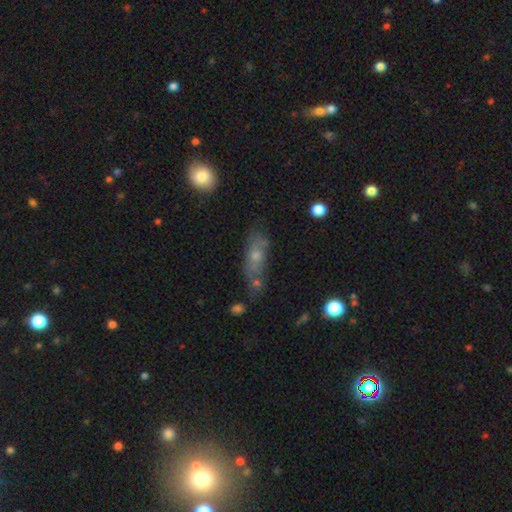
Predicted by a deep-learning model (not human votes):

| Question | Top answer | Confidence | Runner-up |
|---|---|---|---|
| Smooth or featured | smooth | 52% | featured or disk (36%) |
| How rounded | in between | 56% | cigar-shaped (37%) |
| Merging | none | 57% | minor disturbance (21%) |